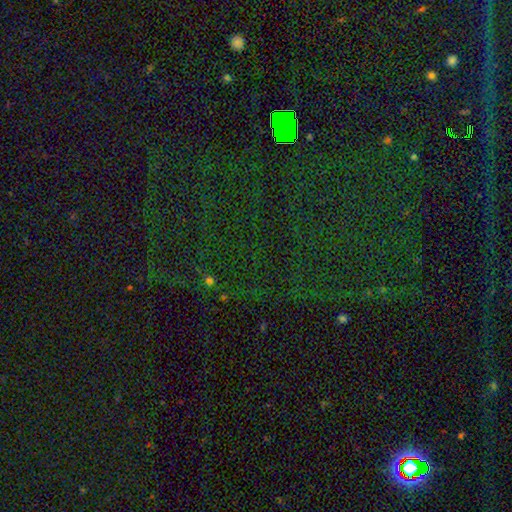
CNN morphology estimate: smooth_or_featured: star or artifact (p=0.82) [alt: smooth p=0.10]